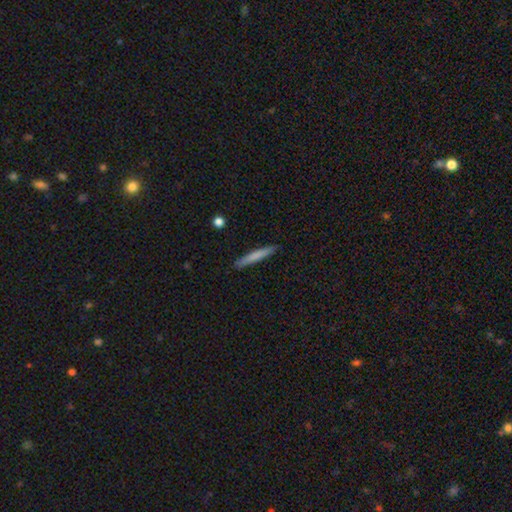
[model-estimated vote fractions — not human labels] This is likely a smooth galaxy (72%). How rounded: clearly cigar-shaped (96%). Merging: clearly none (90%).